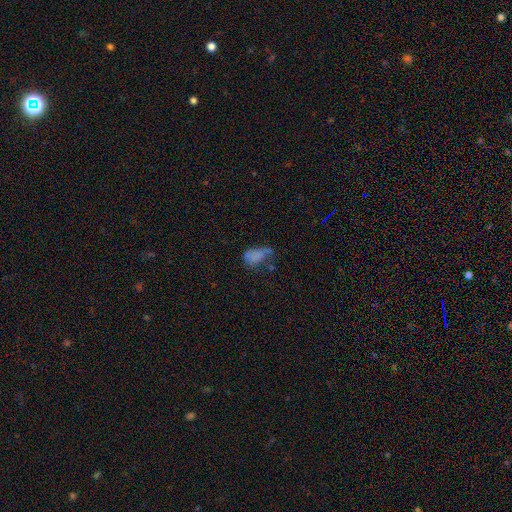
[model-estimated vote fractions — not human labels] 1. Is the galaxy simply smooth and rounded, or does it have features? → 61% smooth, 22% featured or disk, 17% star or artifact.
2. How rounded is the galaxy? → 85% in between, 10% round, 5% cigar-shaped.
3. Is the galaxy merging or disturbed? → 33% major disturbance, 28% none, 26% minor disturbance, 14% merger.